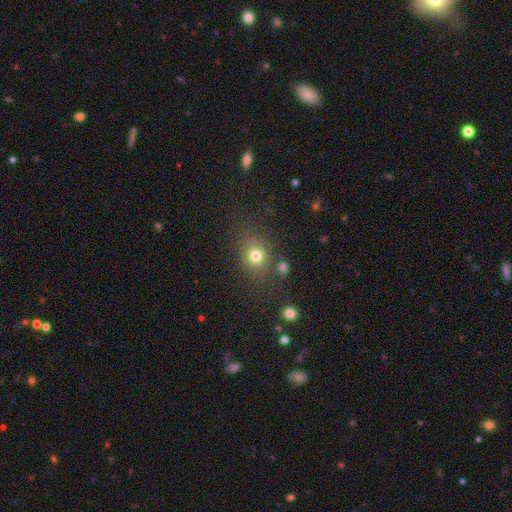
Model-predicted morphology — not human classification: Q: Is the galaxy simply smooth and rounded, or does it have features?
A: smooth — 76%.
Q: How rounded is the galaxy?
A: round — 67%.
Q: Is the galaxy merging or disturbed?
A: none — 74%.